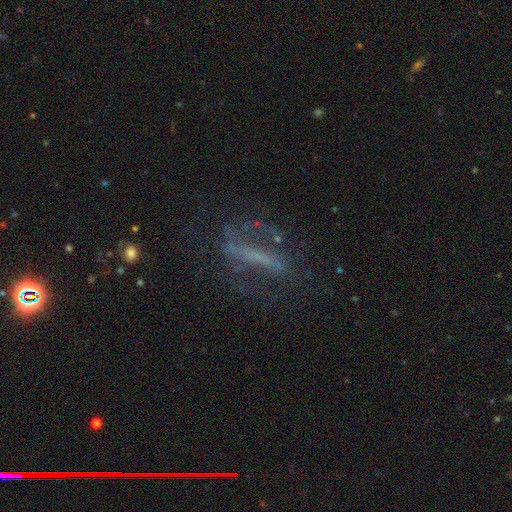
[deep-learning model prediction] Smooth or featured?
  - featured or disk: 62% *
  - smooth: 21%
  - star or artifact: 17%
Edge-on disk?
  - no: 68% *
  - yes: 32%
Merging?
  - none: 58% *
  - major disturbance: 22%
  - minor disturbance: 17%
  - merger: 3%